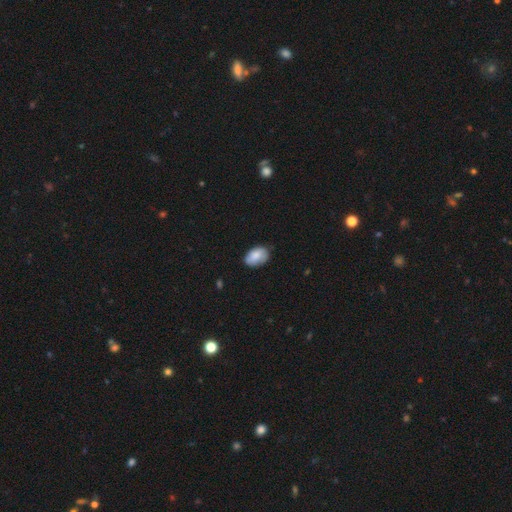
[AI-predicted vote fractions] Q: Smooth or featured?
A: smooth (80%); runner-up: featured or disk (14%)
Q: How rounded?
A: in between (88%); runner-up: round (10%)
Q: Merging?
A: none (72%); runner-up: minor disturbance (23%)